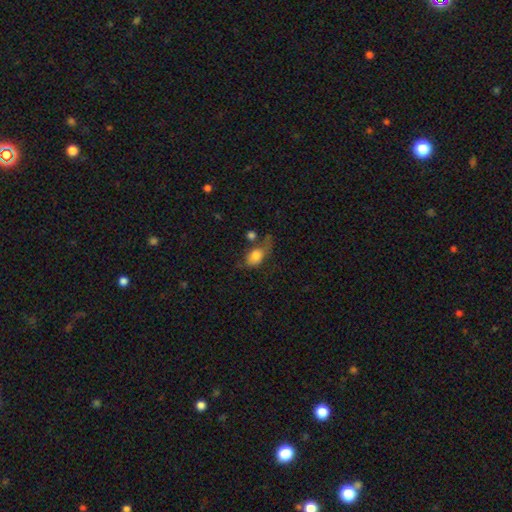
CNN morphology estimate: Q: Smooth or featured?
A: smooth (73%); runner-up: featured or disk (18%)
Q: How rounded?
A: in between (75%); runner-up: round (21%)
Q: Merging?
A: none (30%); runner-up: major disturbance (29%)